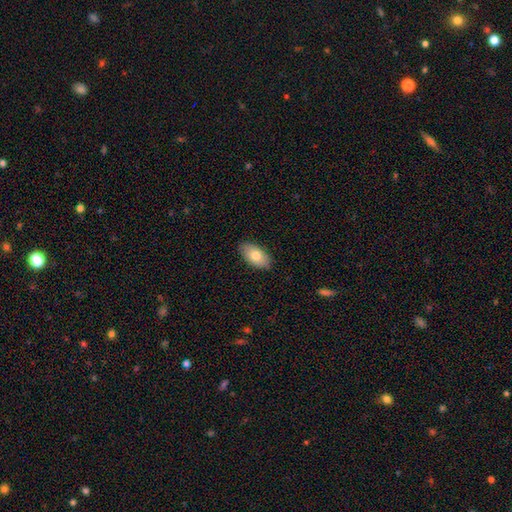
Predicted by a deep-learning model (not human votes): Smooth or featured?
  - smooth: 78% *
  - featured or disk: 16%
  - star or artifact: 6%
How rounded?
  - in between: 94% *
  - round: 3%
  - cigar-shaped: 3%
Merging?
  - none: 87% *
  - minor disturbance: 10%
  - major disturbance: 2%
  - merger: 1%